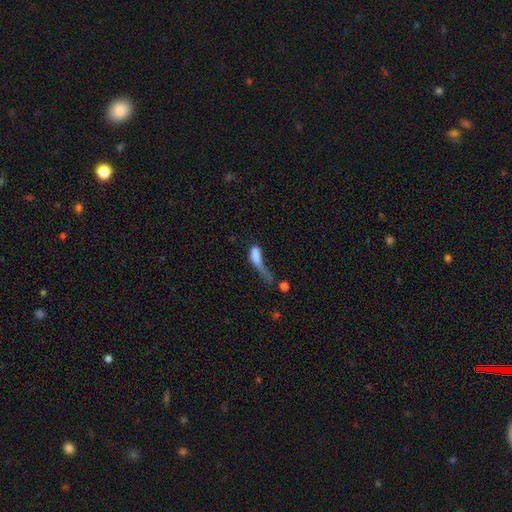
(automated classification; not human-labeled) smooth 66%, featured or disk 23%, star or artifact 11%. Down the decision tree: how rounded — in between (55%); merging — major disturbance (52%).